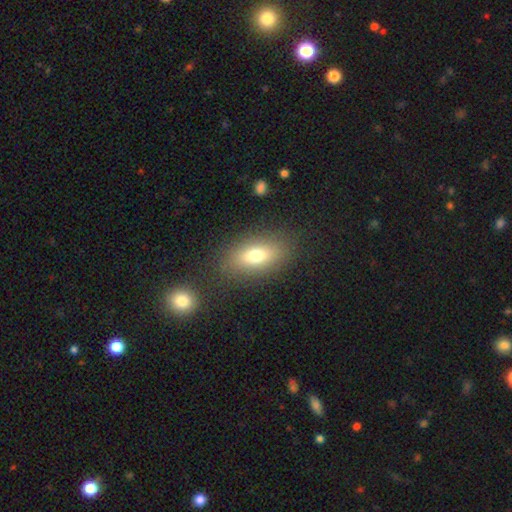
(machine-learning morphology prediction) Smooth or featured? smooth (71%)
How rounded? in between (82%)
Merging? none (82%)